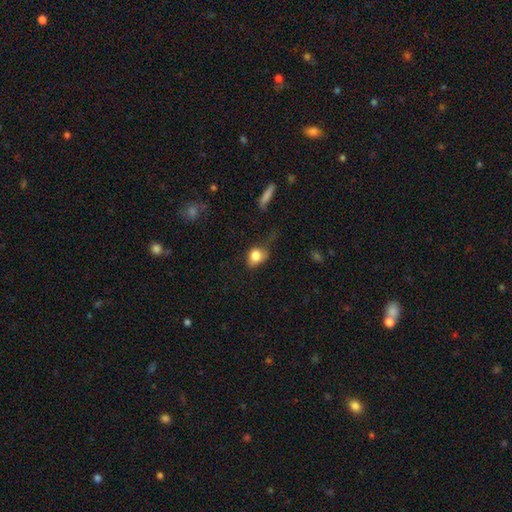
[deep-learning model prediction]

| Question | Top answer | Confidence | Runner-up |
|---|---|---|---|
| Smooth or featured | smooth | 80% | featured or disk (11%) |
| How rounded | in between | 60% | round (38%) |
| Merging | none | 41% | minor disturbance (34%) |